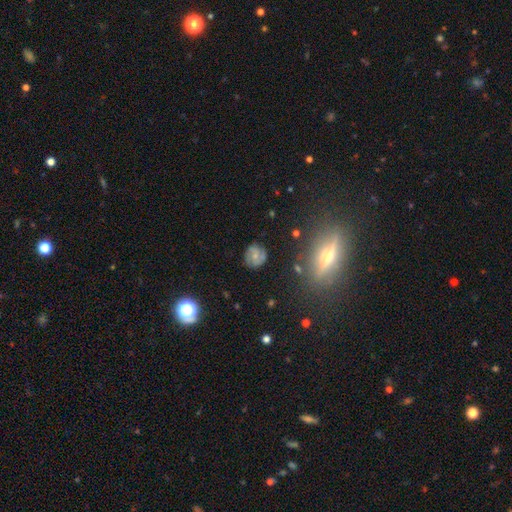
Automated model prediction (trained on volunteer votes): smooth_or_featured: featured or disk (p=0.55) [alt: smooth p=0.34]
disk_edge_on: no (p=0.96) [alt: yes p=0.04]
bar: no (p=0.66) [alt: weak p=0.27]
has_spiral_arms: yes (p=0.81) [alt: no p=0.19]
bulge_size: small (p=0.60) [alt: moderate p=0.30]
merging: none (p=0.72) [alt: minor disturbance p=0.19]